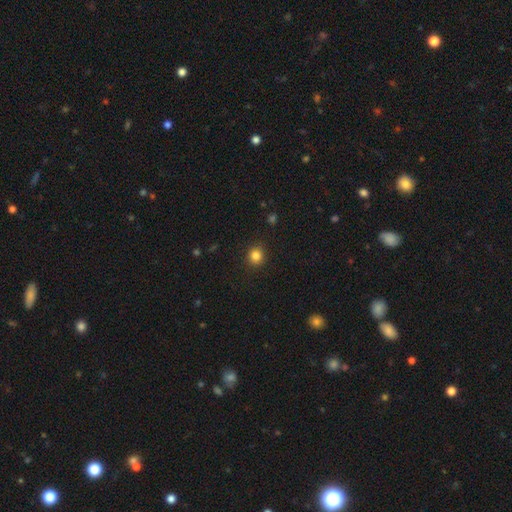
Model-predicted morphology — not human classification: This is clearly a smooth galaxy (84%). How rounded: clearly round (89%). Merging: clearly none (90%).